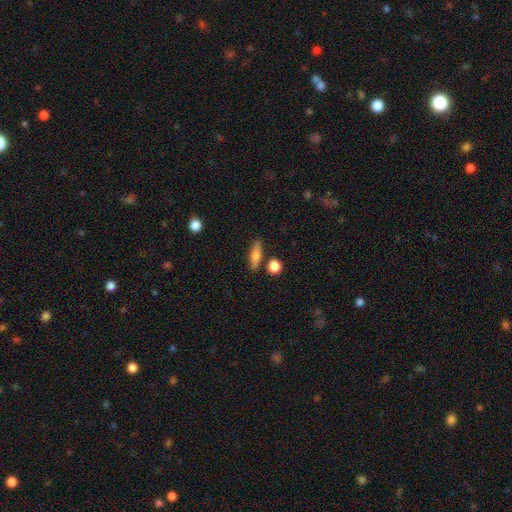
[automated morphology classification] Smooth or featured?
  - smooth: 62% *
  - featured or disk: 30%
  - star or artifact: 8%
How rounded?
  - cigar-shaped: 50% *
  - in between: 43%
  - round: 7%
Merging?
  - none: 80% *
  - minor disturbance: 11%
  - merger: 7%
  - major disturbance: 3%